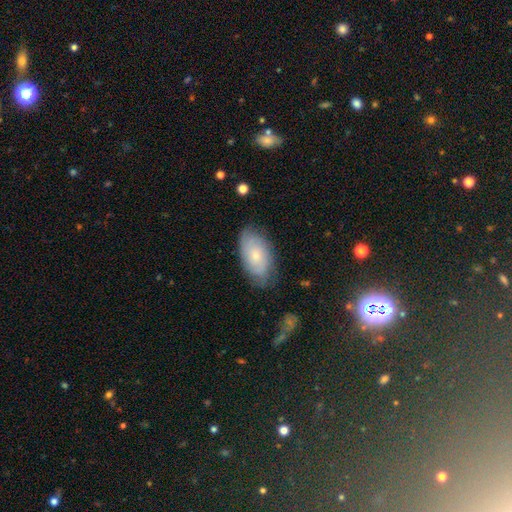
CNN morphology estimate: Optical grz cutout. It shows a smooth galaxy with no disk features (56%) that is in between round and cigar-shaped (93%). Merging: none (71%).